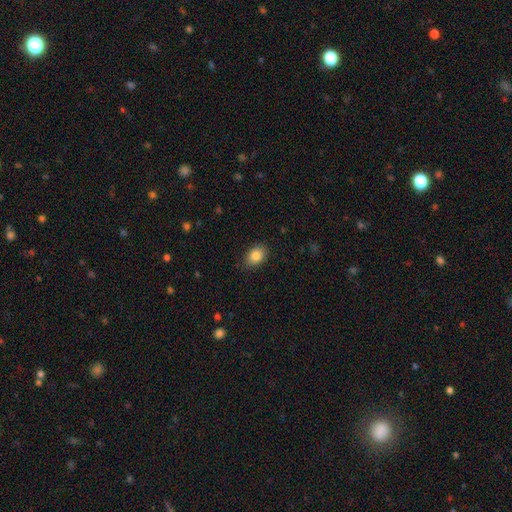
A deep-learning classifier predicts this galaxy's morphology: Smooth or featured? Predicted: smooth (p=0.85). How rounded? Predicted: in between (p=0.76). Merging? Predicted: none (p=0.86).